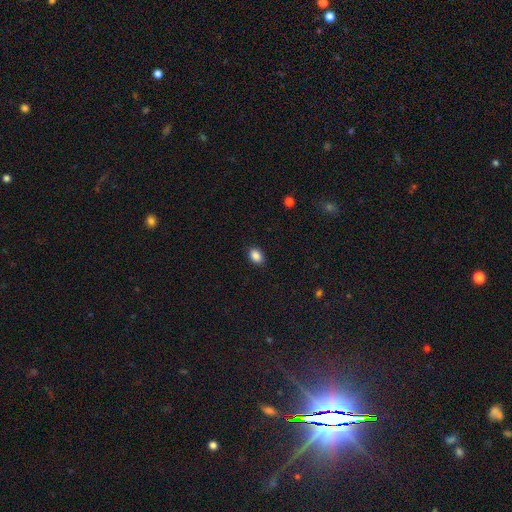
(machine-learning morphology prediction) Smooth or featured? Predicted: smooth (p=0.88). How rounded? Predicted: in between (p=0.79). Merging? Predicted: none (p=0.89).